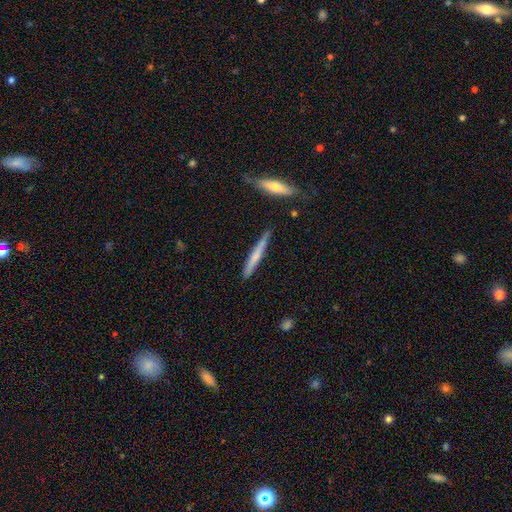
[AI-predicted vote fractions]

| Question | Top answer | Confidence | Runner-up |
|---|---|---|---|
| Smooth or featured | smooth | 57% | featured or disk (38%) |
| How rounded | cigar-shaped | 95% | in between (3%) |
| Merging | none | 84% | minor disturbance (12%) |